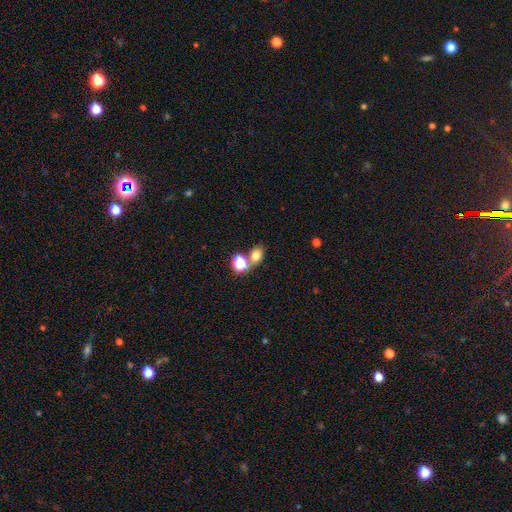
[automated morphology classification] smooth_or_featured: smooth (p=0.74) [alt: star or artifact p=0.17]
how_rounded: in between (p=0.59) [alt: round p=0.39]
merging: none (p=0.58) [alt: merger p=0.28]